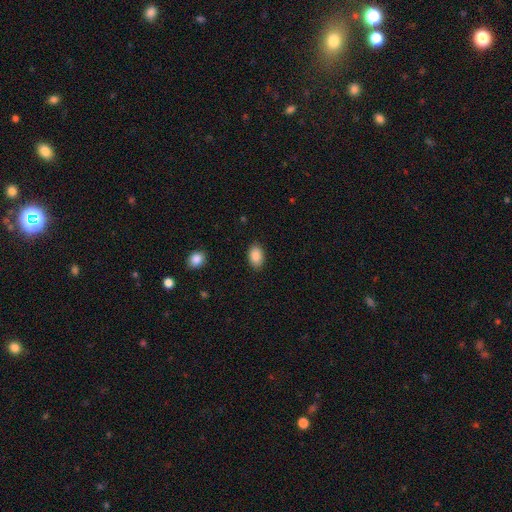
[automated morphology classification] type=smooth (88%); roundness=in between (90%); merging=none (86%).